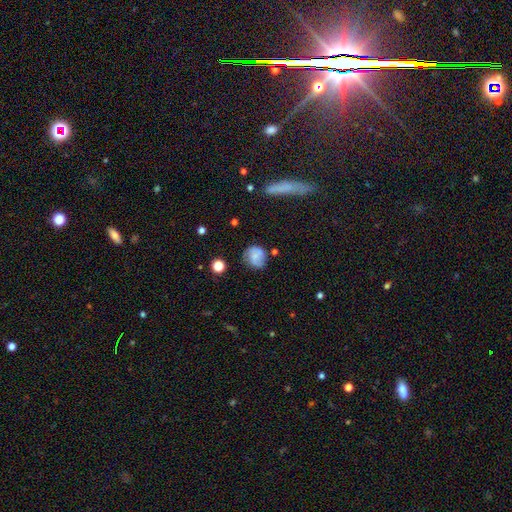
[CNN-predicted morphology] smooth-or-featured: smooth: 52% | featured or disk: 39% | star or artifact: 9%
  how-rounded: round: 73% | in between: 26% | cigar-shaped: 1%
  merging: none: 64% | minor disturbance: 24% | major disturbance: 8% | merger: 4%